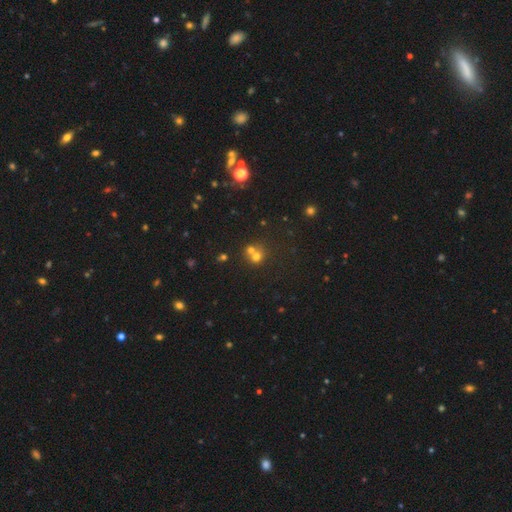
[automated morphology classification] smooth-or-featured: smooth: 59% | star or artifact: 26% | featured or disk: 15%
  how-rounded: round: 85% | in between: 14% | cigar-shaped: 1%
  merging: none: 46% | merger: 45% | minor disturbance: 6% | major disturbance: 3%